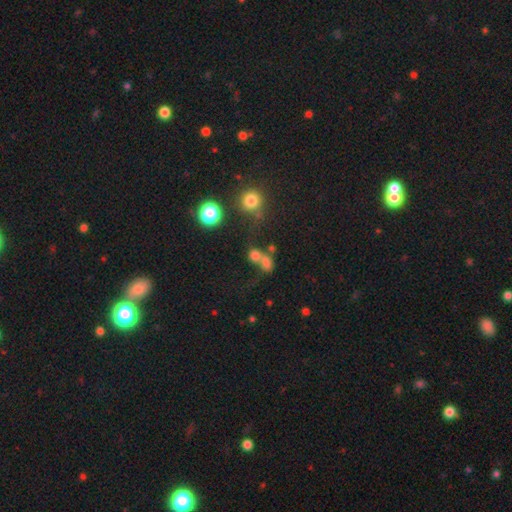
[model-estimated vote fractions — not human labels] Morphology: type=smooth (68%); roundness=round (65%); merging=merger (56%).